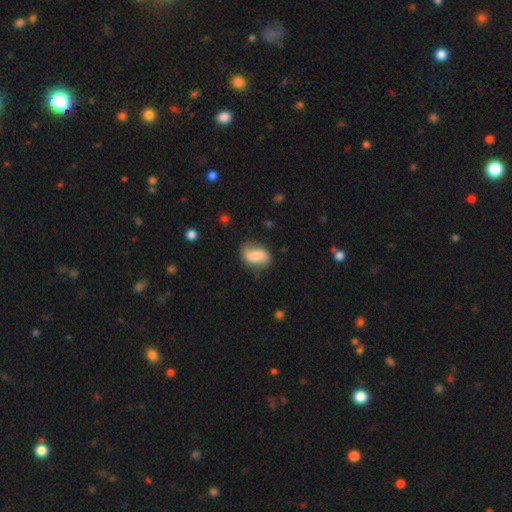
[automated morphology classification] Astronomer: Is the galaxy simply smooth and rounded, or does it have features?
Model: smooth — 60%.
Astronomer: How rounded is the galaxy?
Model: in between — 82%.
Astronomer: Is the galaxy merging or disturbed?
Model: none — 69%.